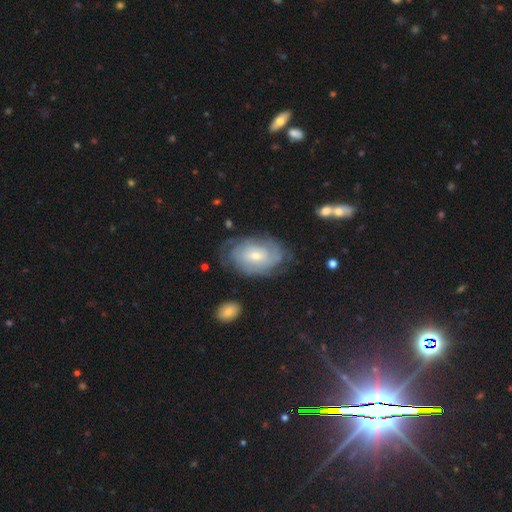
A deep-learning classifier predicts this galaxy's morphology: A featured or disk galaxy (73%) with no bar (58%), tight (67%) spiral arms (86%) and a small central bulge (59%).

Vote fractions:
- Smooth or featured? featured or disk: 73% / smooth: 21% / star or artifact: 6%
- Edge-on disk? no: 96% / yes: 4%
- Bar? no: 58% / weak: 35% / strong: 6%
- Spiral arms? yes: 86% / no: 14%
- Spiral winding? tight: 67% / medium: 25% / loose: 8%
- Spiral arm count? can't tell: 56% / 2: 18% / 3: 10% / 4: 7% / 1: 4% / more than 4: 4%
- Bulge size? small: 59% / moderate: 37% / large: 2% / none: 1% / dominant: 1%
- Merging? none: 68% / minor disturbance: 21% / major disturbance: 9% / merger: 2%